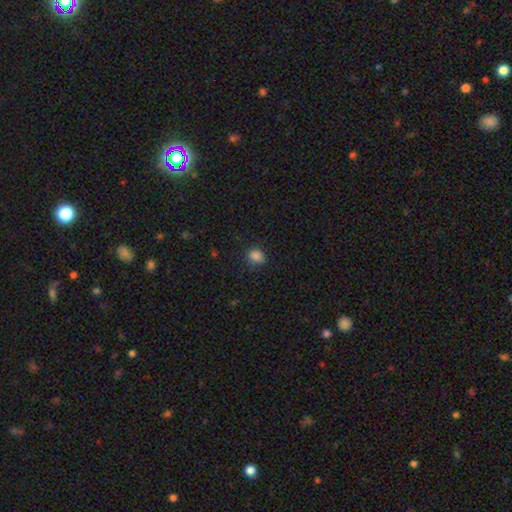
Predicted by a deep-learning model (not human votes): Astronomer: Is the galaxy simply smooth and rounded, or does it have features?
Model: smooth — 85%.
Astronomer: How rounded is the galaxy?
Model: round — 67%.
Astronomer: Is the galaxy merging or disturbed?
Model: none — 83%.